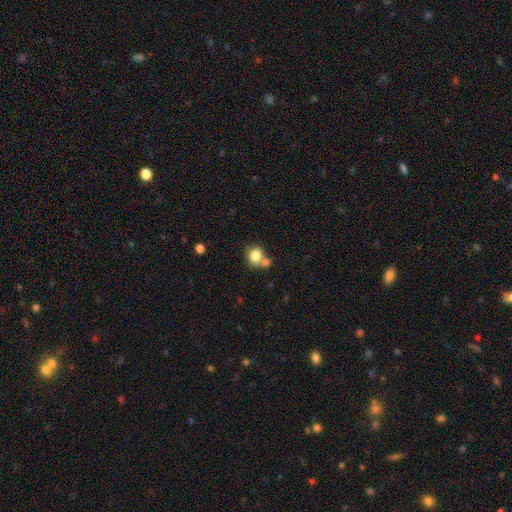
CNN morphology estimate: A smooth galaxy with no disk features (82%) that is round (74%). Merging: none (49%).